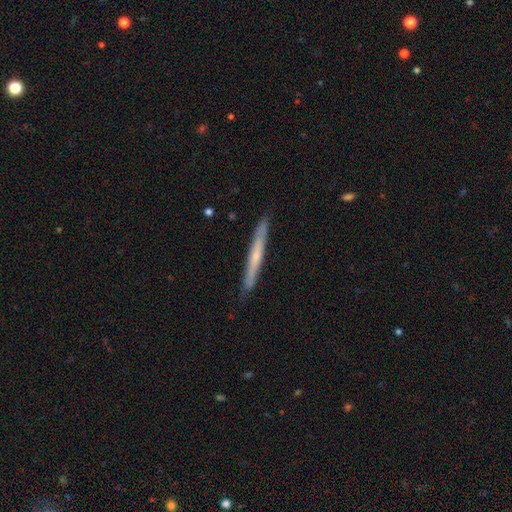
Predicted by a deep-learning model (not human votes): Smooth or featured? featured or disk (49%)
Merging? none (88%)